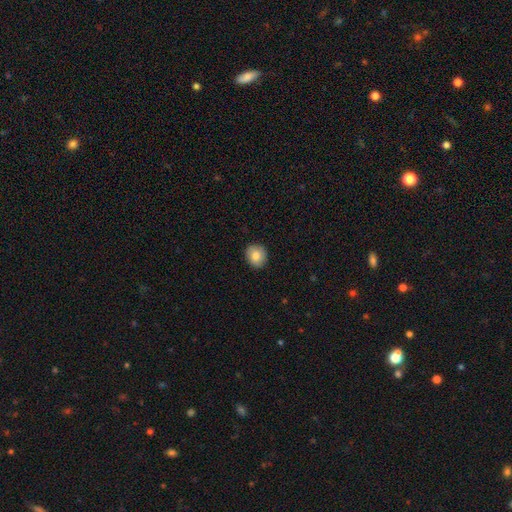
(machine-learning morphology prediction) type=smooth (82%); roundness=round (77%); merging=none (88%).